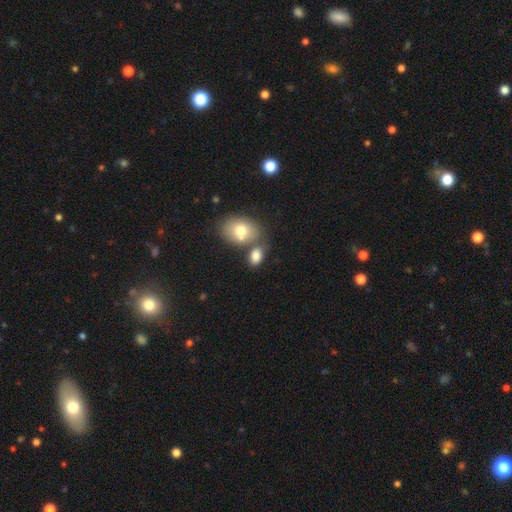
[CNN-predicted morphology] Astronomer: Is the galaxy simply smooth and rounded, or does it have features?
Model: smooth — 80%.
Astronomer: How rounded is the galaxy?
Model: in between — 82%.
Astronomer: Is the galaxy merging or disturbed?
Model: none — 49% (runner-up: merger, 33%).